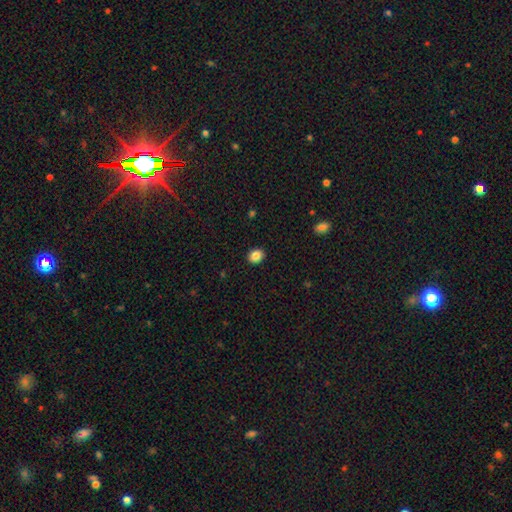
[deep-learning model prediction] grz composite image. It shows a smooth galaxy with no disk features (86%) that is round (60%). Merging: none (91%).